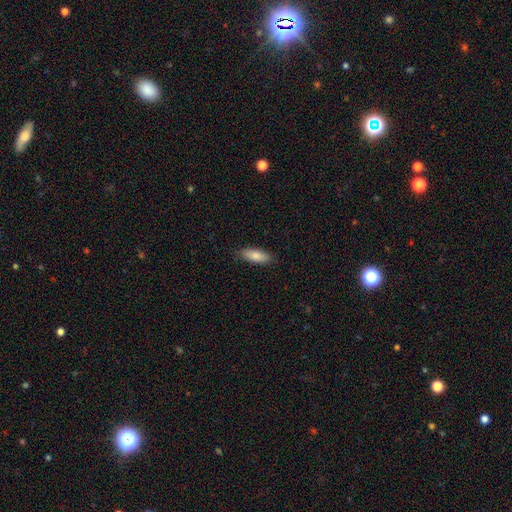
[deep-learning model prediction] Smooth or featured? smooth (82%)
How rounded? in between (64%)
Merging? none (86%)